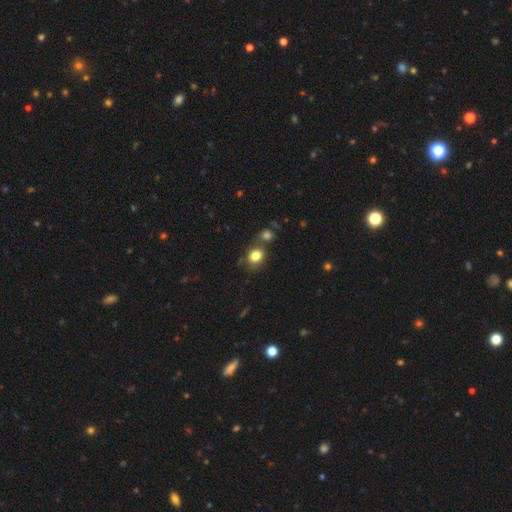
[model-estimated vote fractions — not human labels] A smooth galaxy with no disk features (82%) that is round (62%). Merging: none (61%).